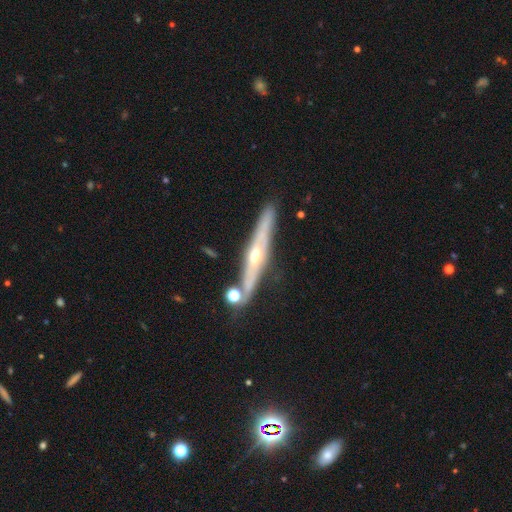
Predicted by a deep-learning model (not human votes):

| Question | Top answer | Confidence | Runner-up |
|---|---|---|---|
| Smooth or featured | featured or disk | 76% | smooth (17%) |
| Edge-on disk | yes | 91% | no (9%) |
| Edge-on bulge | rounded | 85% | none (11%) |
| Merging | none | 77% | minor disturbance (12%) |